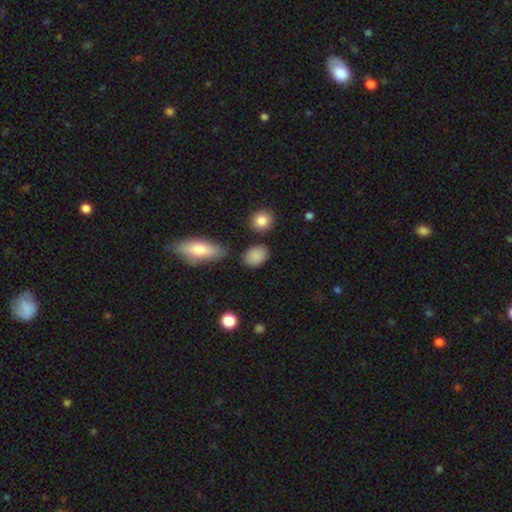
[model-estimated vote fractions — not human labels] Morphology: type=smooth (87%); roundness=in between (75%); merging=none (78%).